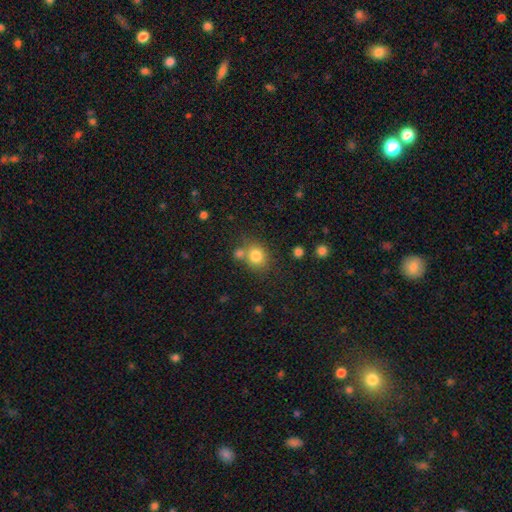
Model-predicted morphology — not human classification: Overall: smooth (81%). How rounded: round (76%). Merging: none (62%; merger 23%).